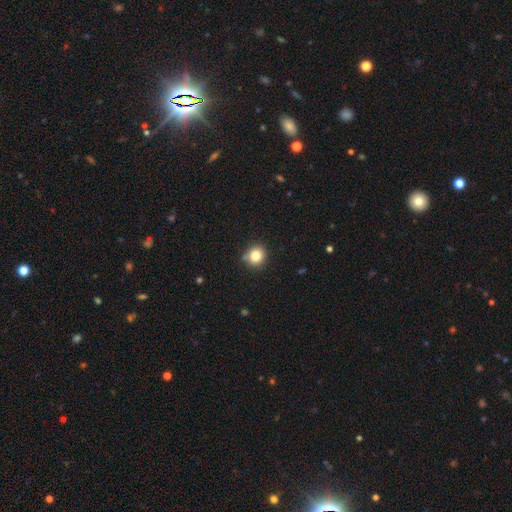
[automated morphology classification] Smooth or featured? Predicted: smooth (p=0.82). How rounded? Predicted: round (p=0.87). Merging? Predicted: none (p=0.82).